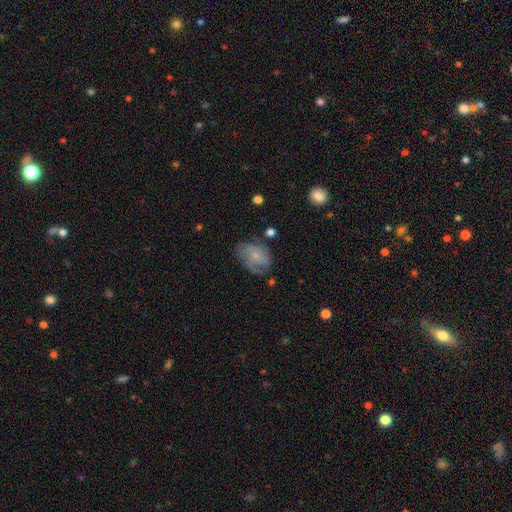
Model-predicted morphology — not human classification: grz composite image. It shows a smooth galaxy with no disk features (47%). Merging: none (49%).